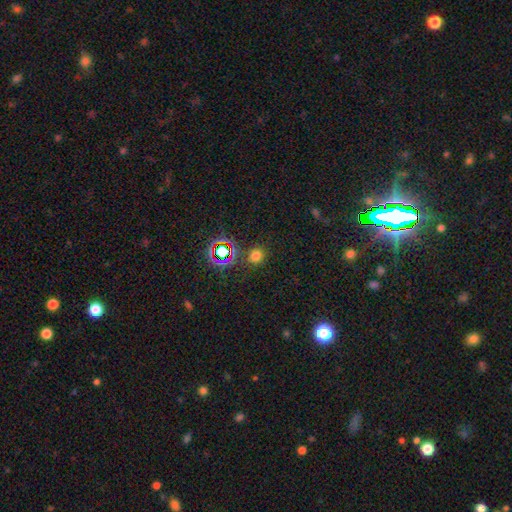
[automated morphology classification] smooth 66%, star or artifact 28%, featured or disk 6%. Down the decision tree: how rounded — round (81%); merging — none (82%).